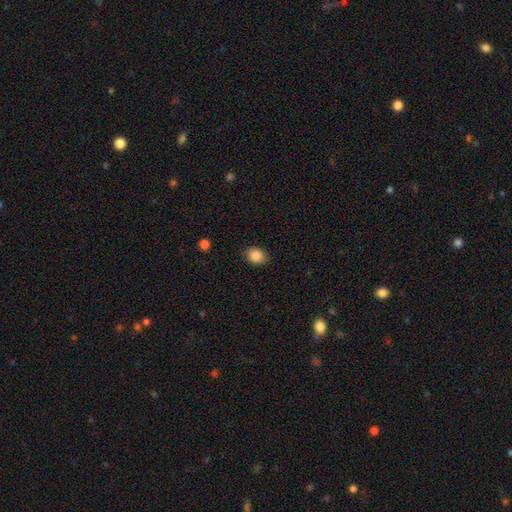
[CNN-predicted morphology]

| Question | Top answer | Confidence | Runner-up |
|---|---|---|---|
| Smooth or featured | smooth | 87% | star or artifact (9%) |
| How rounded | in between | 56% | round (43%) |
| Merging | none | 85% | minor disturbance (11%) |